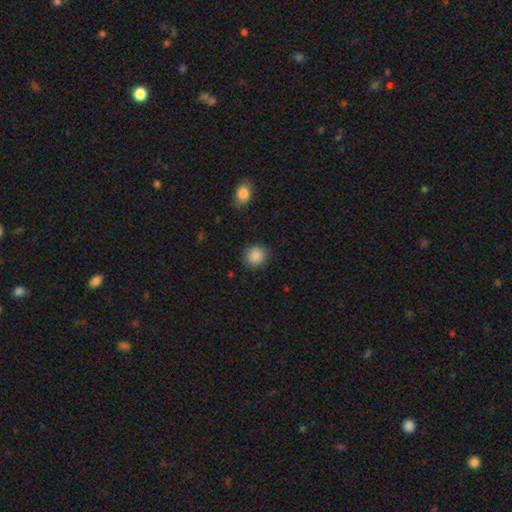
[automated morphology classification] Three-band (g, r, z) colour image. It shows a smooth galaxy with no disk features (89%) that is round (86%). Merging: none (88%).